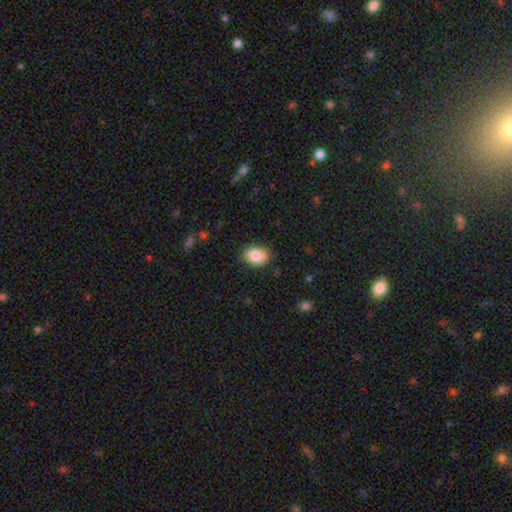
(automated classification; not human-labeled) The model was most divided on "how rounded": in between: 64%, round: 35%, cigar-shaped: 1%. More confident: smooth or featured — smooth (87%); merging — none (83%).